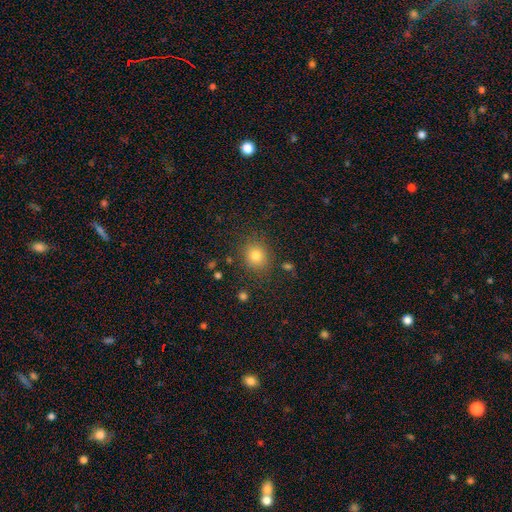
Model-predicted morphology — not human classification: type=smooth (80%); roundness=round (79%); merging=none (85%).